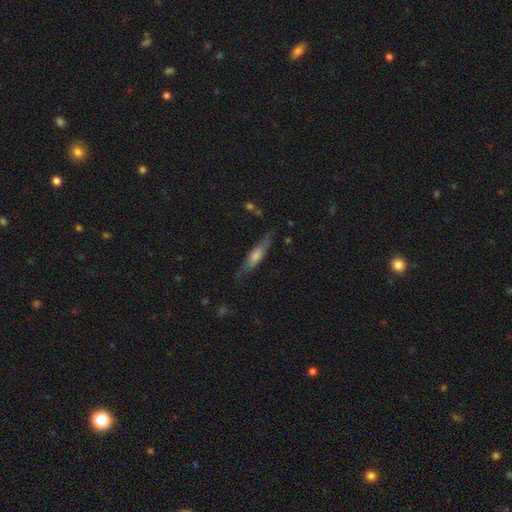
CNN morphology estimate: Smooth or featured: featured or disk — 47% (smooth — 45%)
Merging: none — 71% (minor disturbance — 20%)